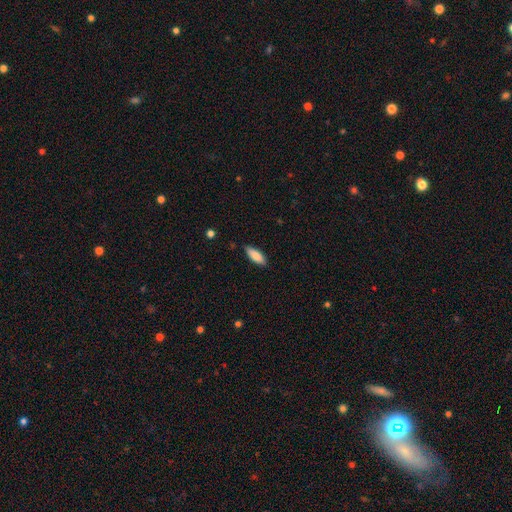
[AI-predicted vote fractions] This is clearly a smooth galaxy (84%). How rounded: likely in between (68%). Merging: clearly none (85%).